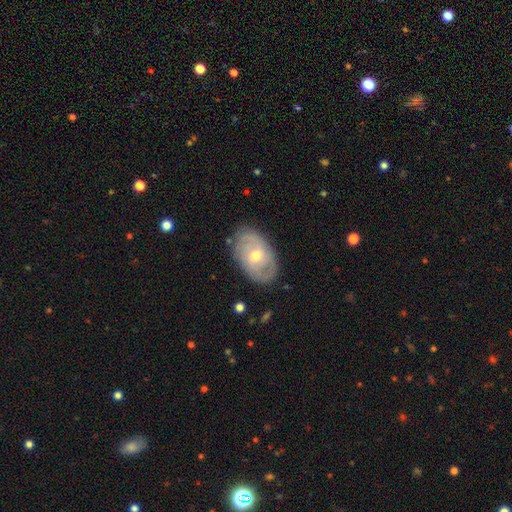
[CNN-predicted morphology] smooth-or-featured: featured or disk: 68% | smooth: 26% | star or artifact: 6%
  disk-edge-on: no: 94% | yes: 6%
    bar: no: 63% | weak: 31% | strong: 6%
    has-spiral-arms: yes: 77% | no: 23%
    bulge-size: moderate: 54% | small: 42% | large: 2% | none: 1% | dominant: 1%
  merging: none: 80% | minor disturbance: 15% | major disturbance: 4% | merger: 1%